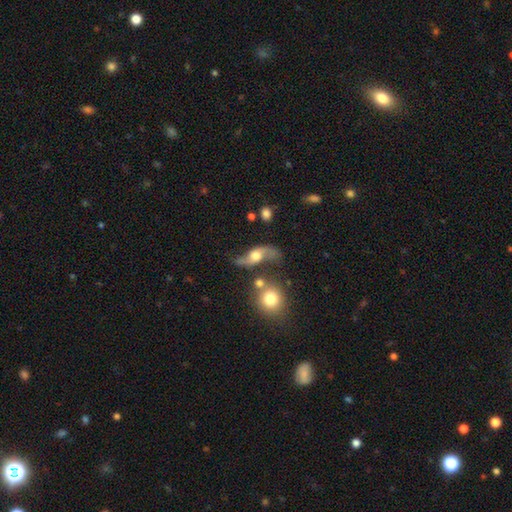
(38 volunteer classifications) Smooth or featured? featured or disk (89%)
Edge-on disk? no (88%)
Bar? no (83%)
Spiral arms? yes (93%)
Spiral winding? loose (79%)
Spiral arm count? 2 (100%)
Bulge size? moderate (57%)
Merging? none (62%)